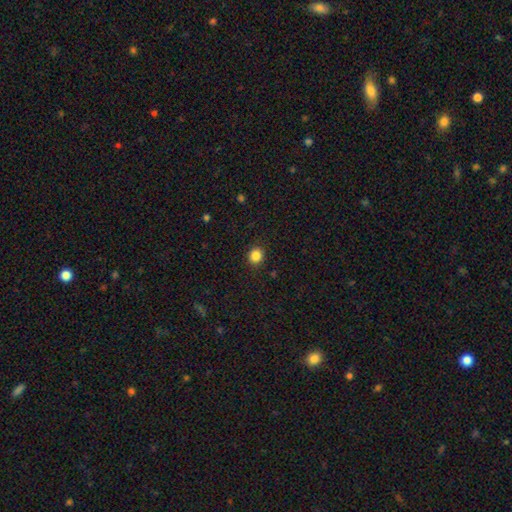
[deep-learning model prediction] smooth-or-featured: smooth: 85% | star or artifact: 11% | featured or disk: 4%
  how-rounded: round: 84% | in between: 15% | cigar-shaped: 1%
  merging: none: 91% | minor disturbance: 6% | major disturbance: 2% | merger: 1%